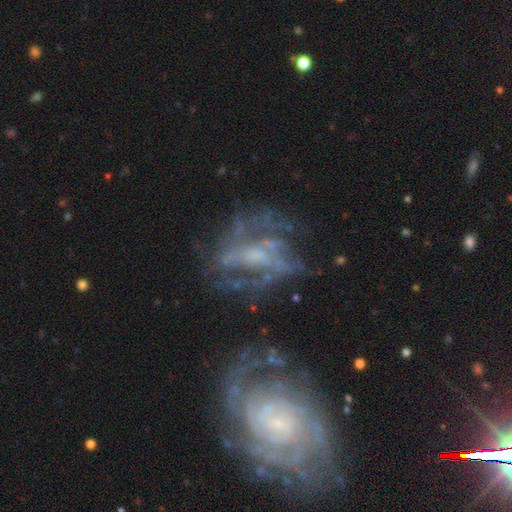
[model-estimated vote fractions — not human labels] The model was most divided on "bulge size": small: 40%, none: 32%, moderate: 22%, large: 4%, dominant: 1%. Remaining: edge-on disk — no (96%); smooth or featured — featured or disk (78%); spiral arms — yes (75%); bar — no (48%); merging — none (47%); spiral arm count — can't tell (43%); spiral winding — medium (40%).